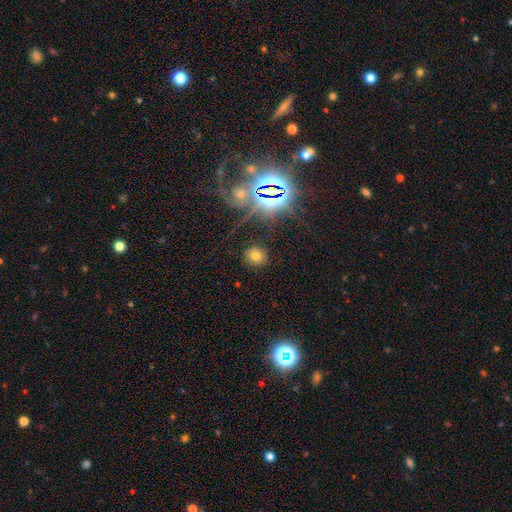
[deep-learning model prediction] smooth-or-featured: smooth: 62% | star or artifact: 25% | featured or disk: 12%
  how-rounded: round: 84% | in between: 14% | cigar-shaped: 1%
  merging: none: 86% | minor disturbance: 8% | major disturbance: 4% | merger: 2%